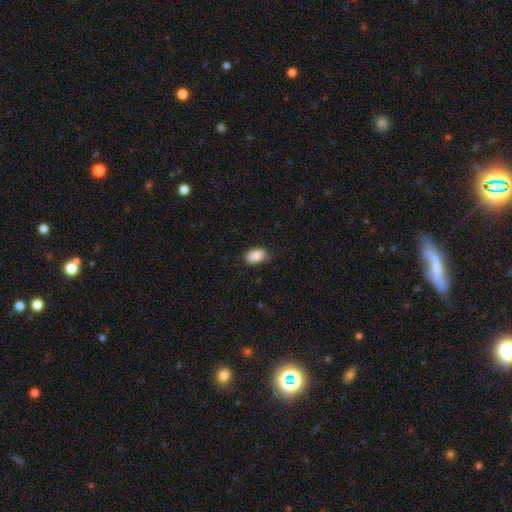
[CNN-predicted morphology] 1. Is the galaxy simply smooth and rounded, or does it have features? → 88% smooth, 7% star or artifact, 4% featured or disk.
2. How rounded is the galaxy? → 92% in between, 6% round, 2% cigar-shaped.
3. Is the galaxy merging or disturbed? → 77% none, 19% minor disturbance, 4% major disturbance, 1% merger.